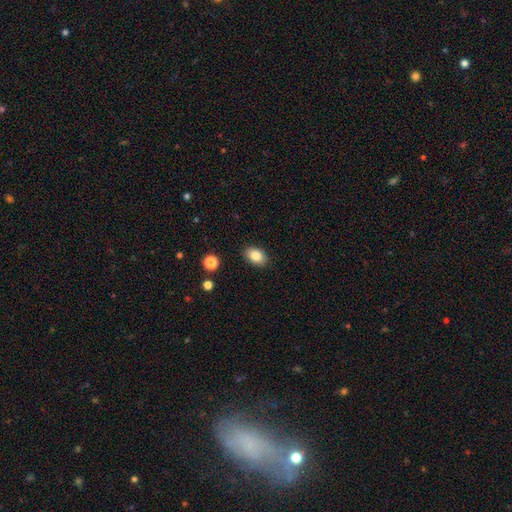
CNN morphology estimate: Overall: smooth (84%). How rounded: in between (84%). Merging: none (87%).